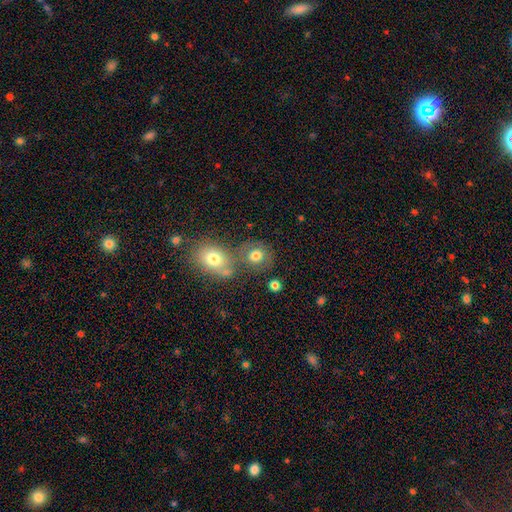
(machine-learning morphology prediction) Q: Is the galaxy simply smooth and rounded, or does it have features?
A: smooth — 74%.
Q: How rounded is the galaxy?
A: round — 72%.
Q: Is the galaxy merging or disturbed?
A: none — 53%.